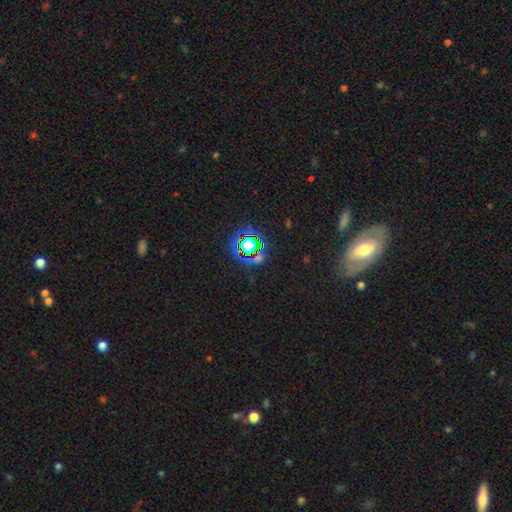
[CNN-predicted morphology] Smooth or featured? Predicted: star or artifact (p=0.65).